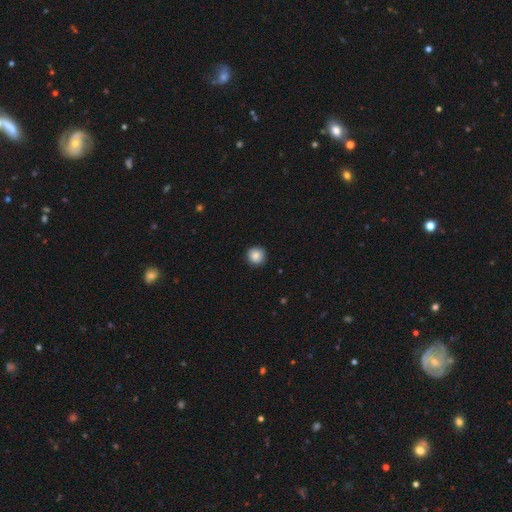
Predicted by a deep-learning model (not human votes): smooth 86%, star or artifact 9%, featured or disk 5%. Down the decision tree: how rounded — round (94%); merging — none (89%).